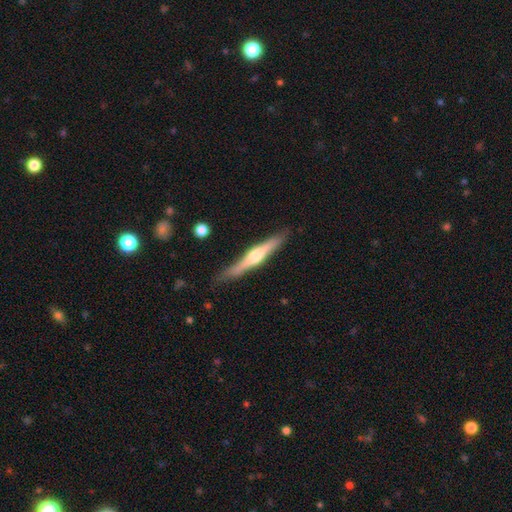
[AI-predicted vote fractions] featured or disk 66%, smooth 29%, star or artifact 5%. Down the decision tree: edge-on disk — yes (97%); edge-on bulge — rounded (83%); merging — none (82%).